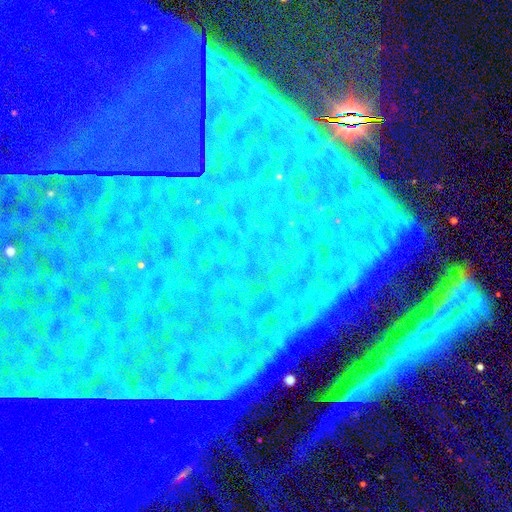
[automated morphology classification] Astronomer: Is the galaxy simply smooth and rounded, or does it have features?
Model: star or artifact — 86%.